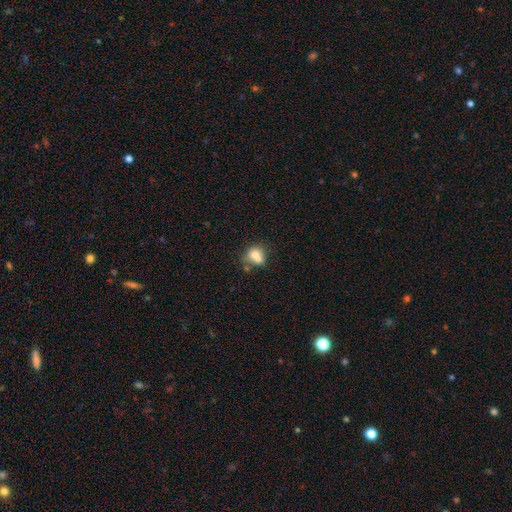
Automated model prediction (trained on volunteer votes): Smooth or featured? Predicted: smooth (p=0.72). How rounded? Predicted: round (p=0.60). Merging? Predicted: merger (p=0.43).